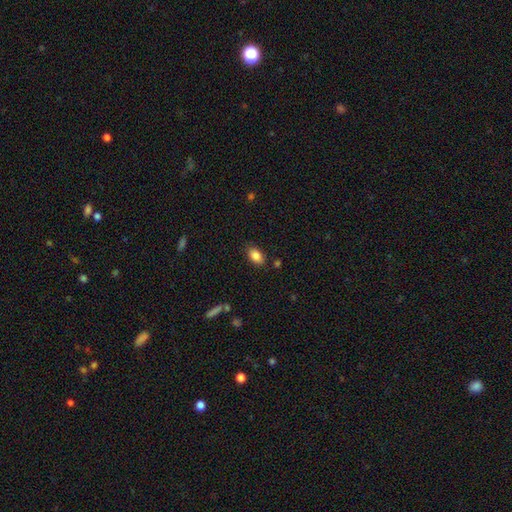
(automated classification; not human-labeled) smooth_or_featured: smooth (p=0.85) [alt: star or artifact p=0.08]
how_rounded: in between (p=0.90) [alt: round p=0.08]
merging: none (p=0.83) [alt: minor disturbance p=0.12]